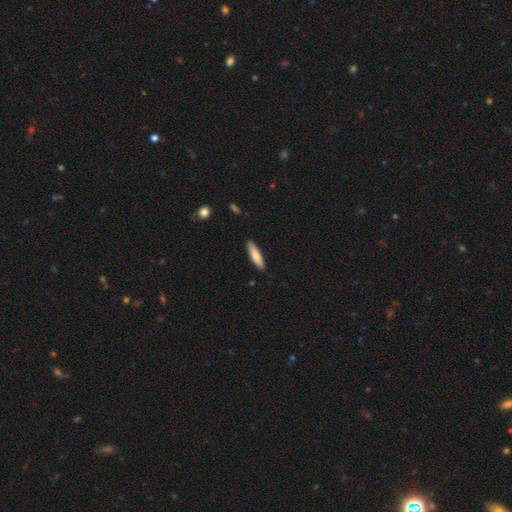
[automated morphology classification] smooth 80%, featured or disk 15%, star or artifact 6%. Down the decision tree: how rounded — cigar-shaped (74%); merging — none (86%).